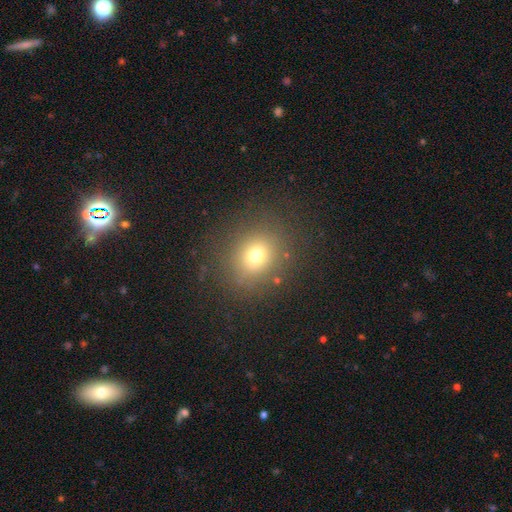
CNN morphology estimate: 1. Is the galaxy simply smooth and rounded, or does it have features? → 70% smooth, 18% star or artifact, 12% featured or disk.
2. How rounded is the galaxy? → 73% round, 26% in between, 1% cigar-shaped.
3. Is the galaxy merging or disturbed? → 82% none, 10% minor disturbance, 6% major disturbance, 2% merger.